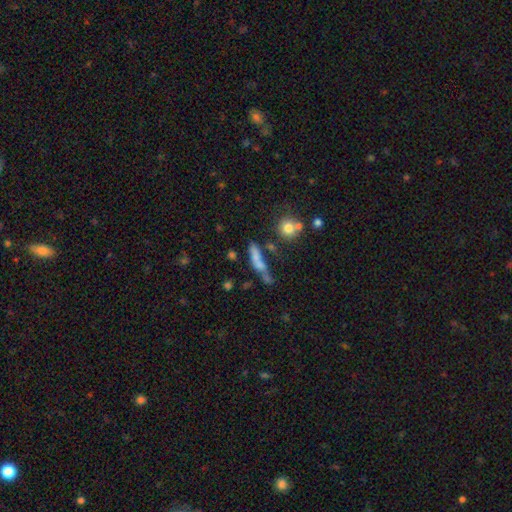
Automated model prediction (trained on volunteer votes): Smooth or featured: smooth — 60% (featured or disk — 28%)
How rounded: cigar-shaped — 60% (in between — 32%)
Merging: none — 38% (merger — 30%)